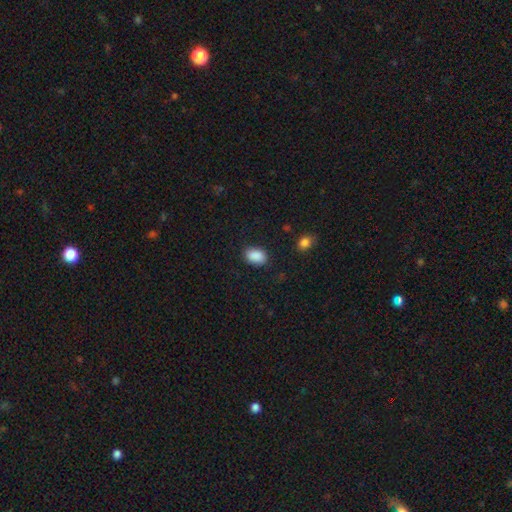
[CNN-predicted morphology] smooth-or-featured: smooth: 89% | star or artifact: 8% | featured or disk: 3%
  how-rounded: in between: 84% | round: 14% | cigar-shaped: 1%
  merging: none: 84% | minor disturbance: 11% | major disturbance: 3% | merger: 1%